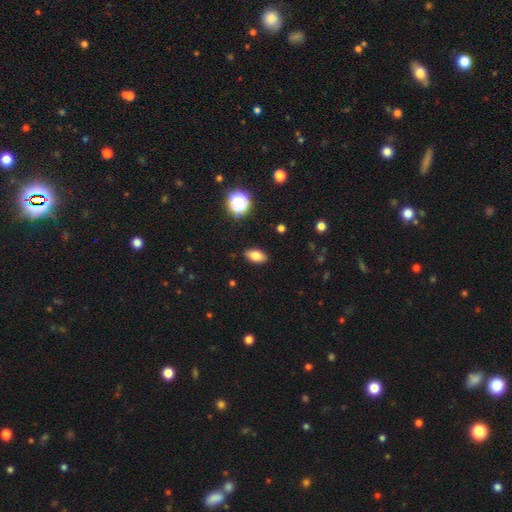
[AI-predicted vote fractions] Morphology: type=smooth (79%); roundness=in between (89%); merging=none (88%).